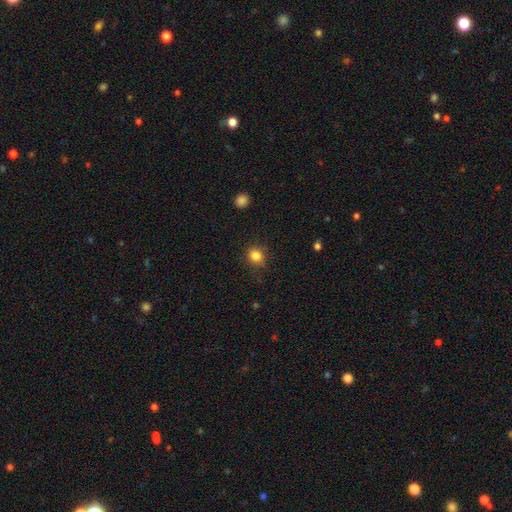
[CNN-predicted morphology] Smooth or featured? smooth (85%)
How rounded? round (68%)
Merging? none (82%)